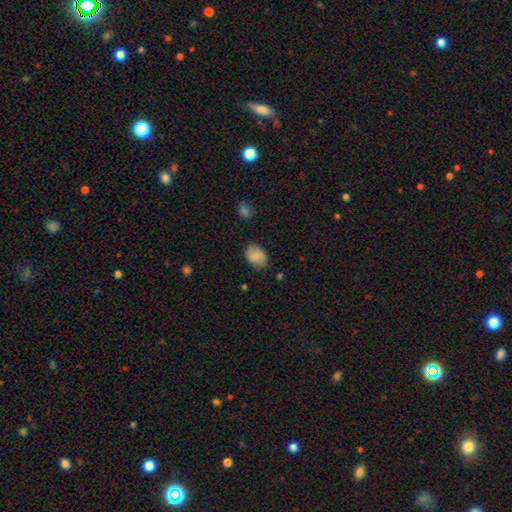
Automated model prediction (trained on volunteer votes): Smooth or featured: smooth — 85% (star or artifact — 8%)
How rounded: in between — 75% (round — 24%)
Merging: none — 76% (minor disturbance — 19%)